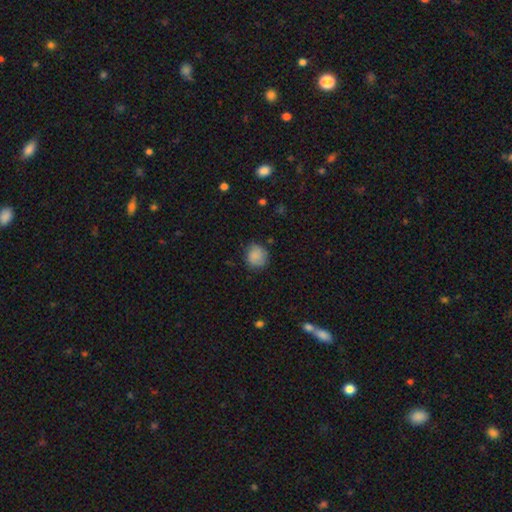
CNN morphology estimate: A smooth galaxy with no disk features (82%) that is round (82%).

Vote fractions:
- Smooth or featured? smooth: 82% / featured or disk: 10% / star or artifact: 8%
- How rounded? round: 82% / in between: 18% / cigar-shaped: 1%
- Merging? none: 76% / minor disturbance: 18% / major disturbance: 4% / merger: 1%